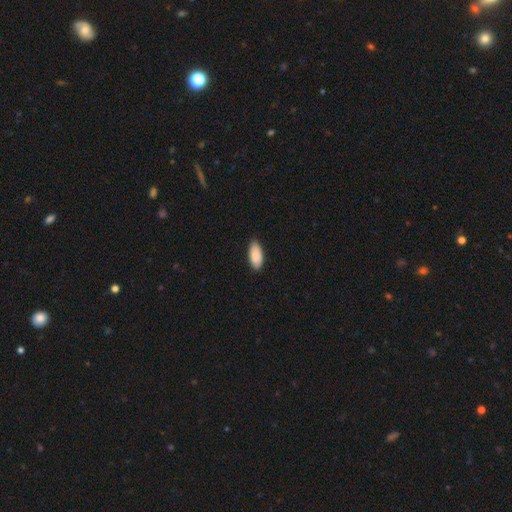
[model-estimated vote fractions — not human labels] Q: Smooth or featured?
A: smooth (89%); runner-up: featured or disk (6%)
Q: How rounded?
A: in between (89%); runner-up: cigar-shaped (9%)
Q: Merging?
A: none (86%); runner-up: minor disturbance (11%)